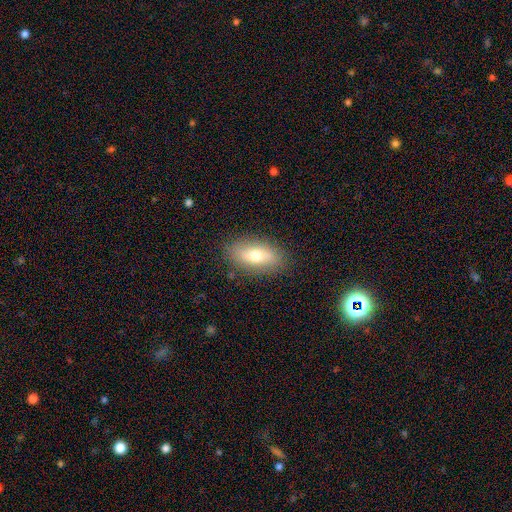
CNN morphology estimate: The model was most divided on "smooth or featured": smooth: 64%, featured or disk: 29%, star or artifact: 7%. More confident: merging — none (86%); how rounded — in between (85%).